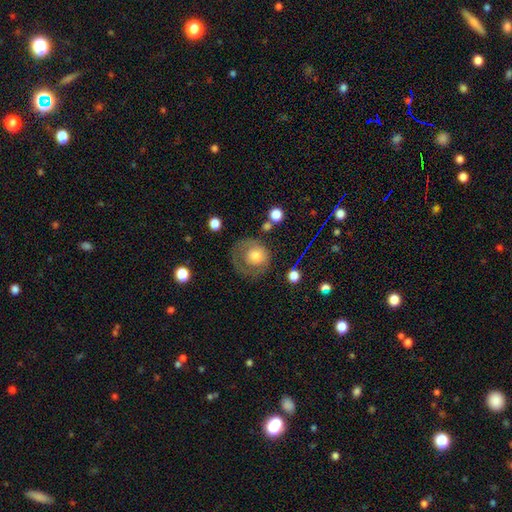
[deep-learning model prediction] A smooth galaxy with no disk features (58%) that is round (80%). Merging: none (52%).